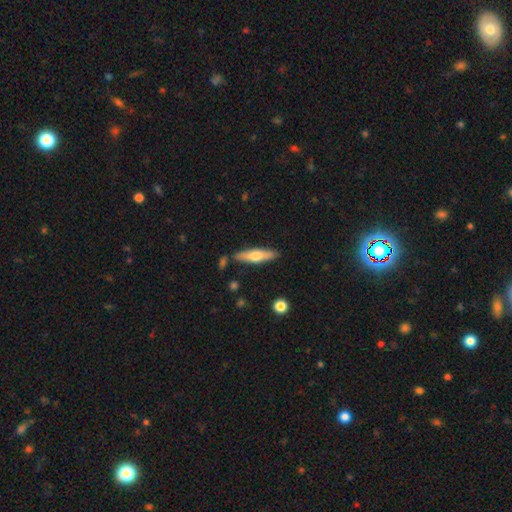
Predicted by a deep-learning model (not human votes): smooth-or-featured: smooth: 52% | featured or disk: 43% | star or artifact: 5%
  how-rounded: cigar-shaped: 73% | in between: 25% | round: 2%
  merging: none: 85% | minor disturbance: 10% | merger: 3% | major disturbance: 2%